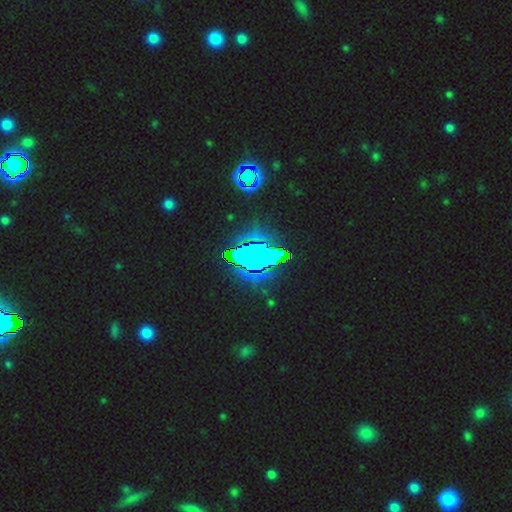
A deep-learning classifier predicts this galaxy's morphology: Overall: star or artifact (70%).